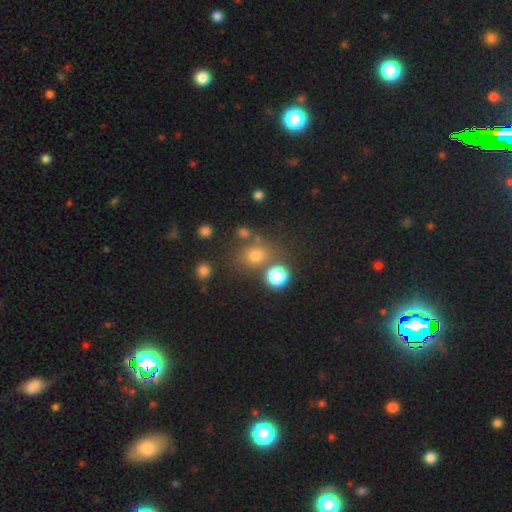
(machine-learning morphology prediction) smooth_or_featured: smooth (p=0.70) [alt: star or artifact p=0.20]
how_rounded: round (p=0.74) [alt: in between p=0.25]
merging: none (p=0.65) [alt: merger p=0.18]